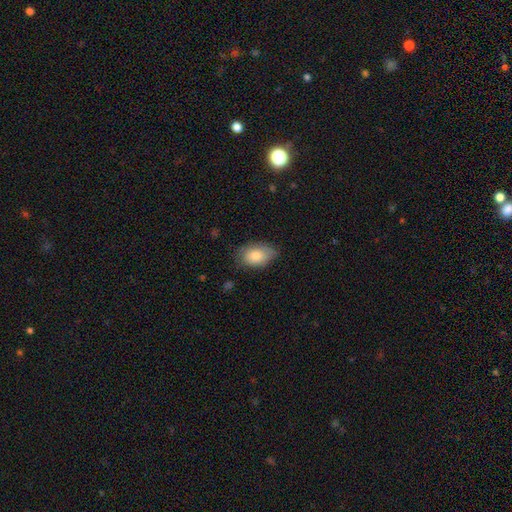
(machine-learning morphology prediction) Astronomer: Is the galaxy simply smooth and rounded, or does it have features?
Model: smooth — 79%.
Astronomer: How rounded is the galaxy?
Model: in between — 87%.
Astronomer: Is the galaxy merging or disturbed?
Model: none — 68%.